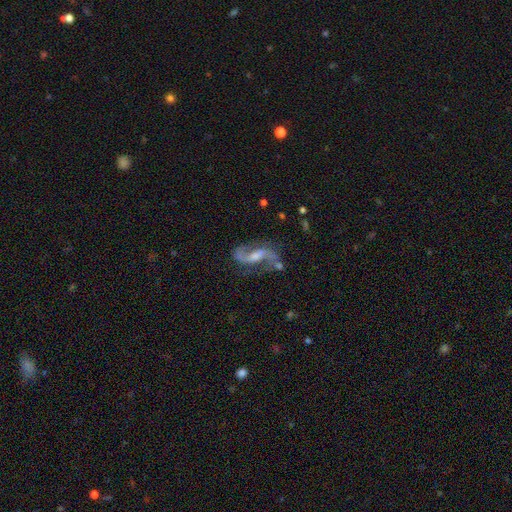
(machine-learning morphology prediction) smooth-or-featured: featured or disk: 89% | star or artifact: 6% | smooth: 5%
  disk-edge-on: no: 96% | yes: 4%
    bar: weak: 46% | no: 30% | strong: 24%
    has-spiral-arms: yes: 97% | no: 3%
      spiral-winding: loose: 54% | medium: 38% | tight: 8%
      spiral-arm-count: 2: 93% | can't tell: 2% | 1: 2% | 3: 1% | 4: 1% | more than 4: 1%
    bulge-size: moderate: 42% | small: 39% | none: 12% | large: 6% | dominant: 1%
  merging: none: 70% | minor disturbance: 17% | major disturbance: 9% | merger: 5%